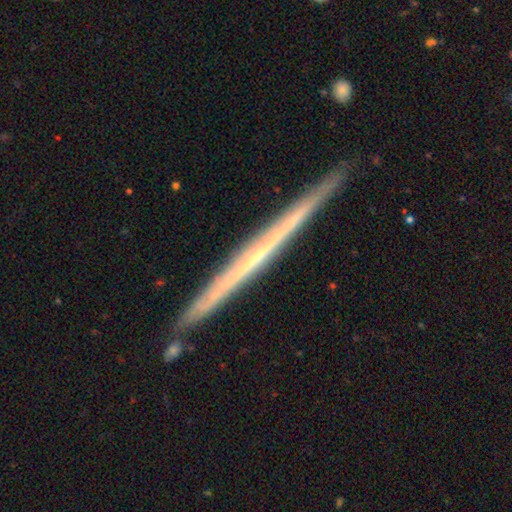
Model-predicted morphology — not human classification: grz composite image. It shows a featured or disk galaxy (70%) viewed edge-on (98%) with no central bulge (87%). Merging: none (89%).